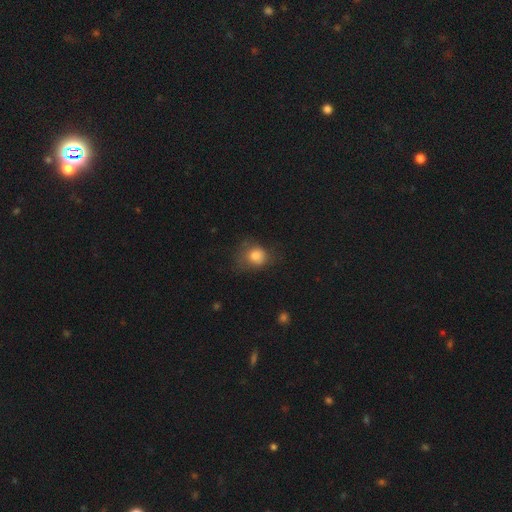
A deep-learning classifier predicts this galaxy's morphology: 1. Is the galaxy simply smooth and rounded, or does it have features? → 79% smooth, 12% featured or disk, 10% star or artifact.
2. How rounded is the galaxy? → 68% round, 31% in between, 1% cigar-shaped.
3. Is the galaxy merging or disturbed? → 49% none, 28% minor disturbance, 20% major disturbance, 2% merger.